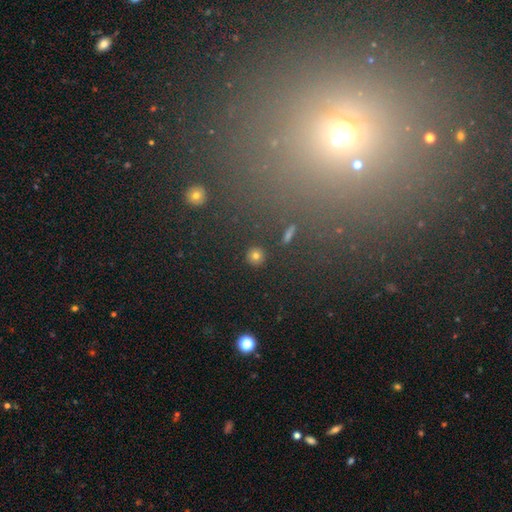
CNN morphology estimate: This appears to be a smooth galaxy with no disk features (77%) that is round (94%). Merging: none (90%).